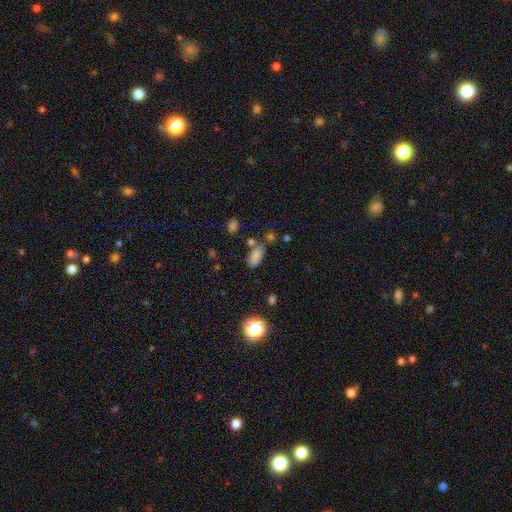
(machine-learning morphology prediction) This appears to be a smooth galaxy with no disk features (78%) that is in between round and cigar-shaped (87%). Merging: none (62%).